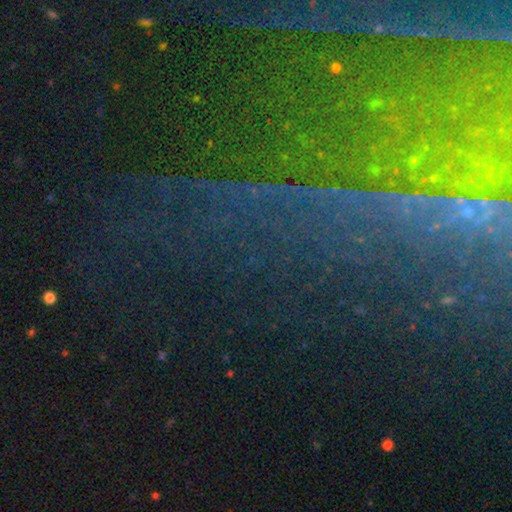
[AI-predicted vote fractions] Q: Smooth or featured?
A: star or artifact (82%); runner-up: featured or disk (10%)